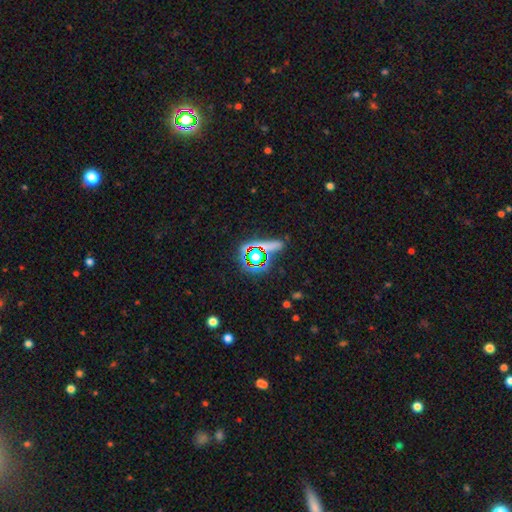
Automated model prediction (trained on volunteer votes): Smooth or featured?
  - star or artifact: 57% *
  - smooth: 31%
  - featured or disk: 12%